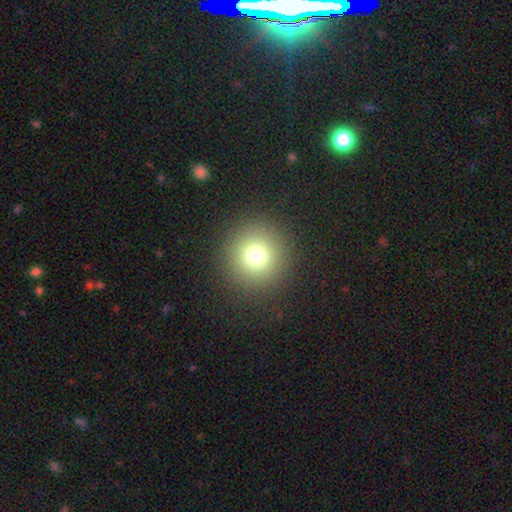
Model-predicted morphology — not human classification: A smooth galaxy with no disk features (74%) that is round (96%).

Vote fractions:
- Smooth or featured? smooth: 74% / star or artifact: 17% / featured or disk: 9%
- How rounded? round: 96% / in between: 3% / cigar-shaped: 1%
- Merging? none: 91% / minor disturbance: 5% / major disturbance: 3% / merger: 1%